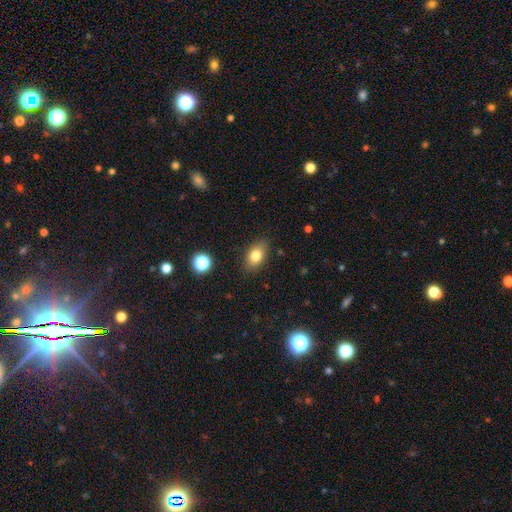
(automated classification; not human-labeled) Overall: smooth (79%). How rounded: in between (83%). Merging: none (83%).